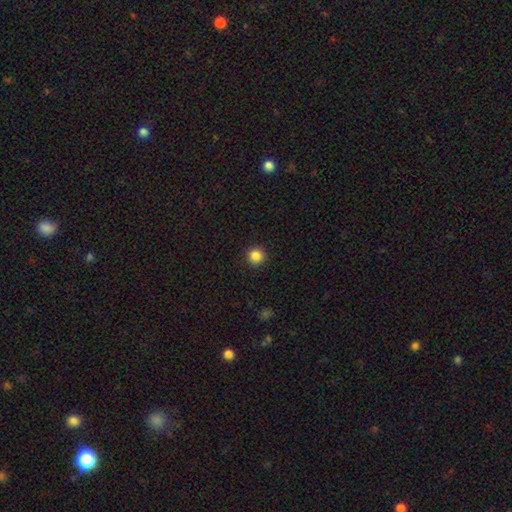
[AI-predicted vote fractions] Smooth or featured? smooth (86%)
How rounded? round (95%)
Merging? none (93%)